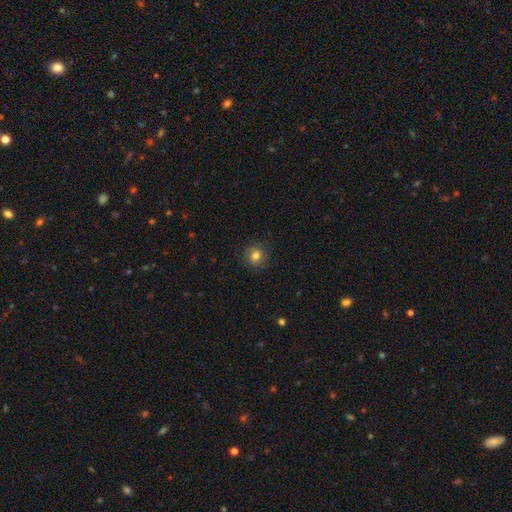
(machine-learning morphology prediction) Q: Smooth or featured?
A: smooth (80%); runner-up: star or artifact (12%)
Q: How rounded?
A: round (92%); runner-up: in between (7%)
Q: Merging?
A: none (88%); runner-up: minor disturbance (8%)